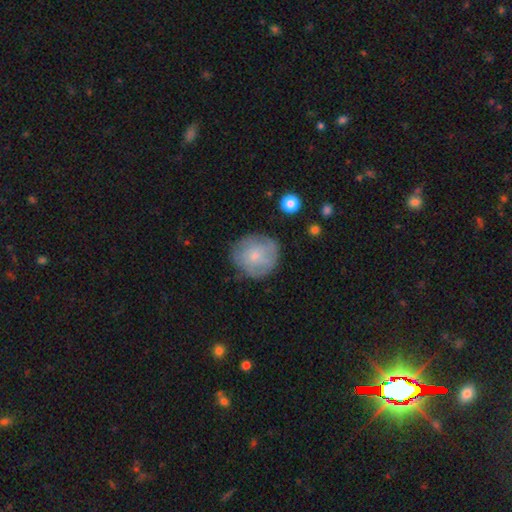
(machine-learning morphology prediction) A smooth galaxy with no disk features (55%) that is round (88%).

Vote fractions:
- Smooth or featured? smooth: 55% / featured or disk: 37% / star or artifact: 8%
- How rounded? round: 88% / in between: 11% / cigar-shaped: 1%
- Merging? none: 72% / minor disturbance: 19% / major disturbance: 7% / merger: 2%